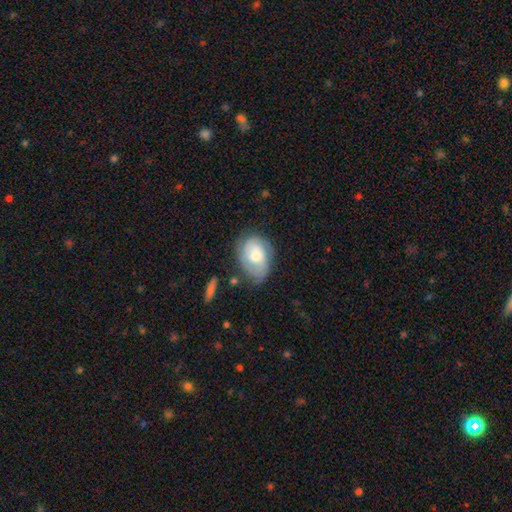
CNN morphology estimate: A featured or disk galaxy (59%) with no bar (71%), spiral arms (83%) and a moderate central bulge (61%). Merging: none (62%).